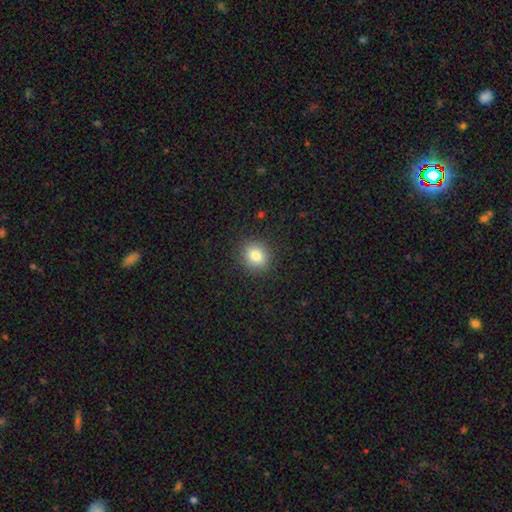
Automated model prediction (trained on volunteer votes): smooth 82%, star or artifact 11%, featured or disk 7%. Down the decision tree: how rounded — round (72%); merging — none (89%).